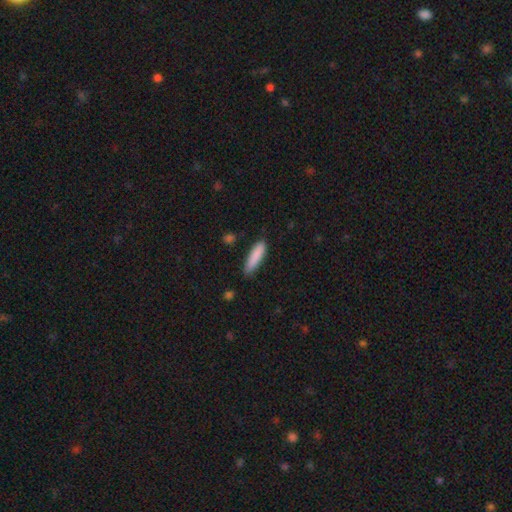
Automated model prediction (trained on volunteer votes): Smooth or featured? Predicted: smooth (p=0.88). How rounded? Predicted: cigar-shaped (p=0.73). Merging? Predicted: none (p=0.83).